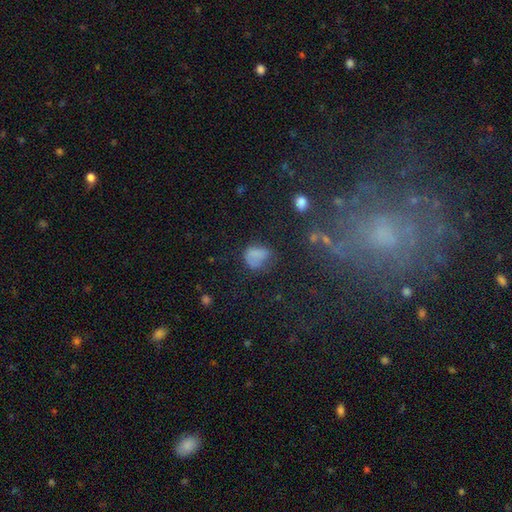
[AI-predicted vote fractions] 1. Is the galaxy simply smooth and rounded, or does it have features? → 70% smooth, 19% star or artifact, 12% featured or disk.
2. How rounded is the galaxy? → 58% in between, 40% round, 2% cigar-shaped.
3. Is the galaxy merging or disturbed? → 42% none, 29% minor disturbance, 24% major disturbance, 5% merger.